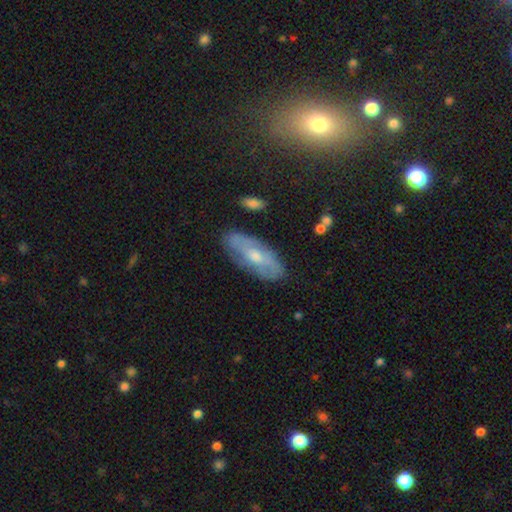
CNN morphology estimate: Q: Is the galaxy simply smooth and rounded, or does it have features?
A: featured or disk — 60%.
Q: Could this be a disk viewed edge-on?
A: no — 83%.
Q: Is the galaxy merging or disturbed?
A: none — 77%.